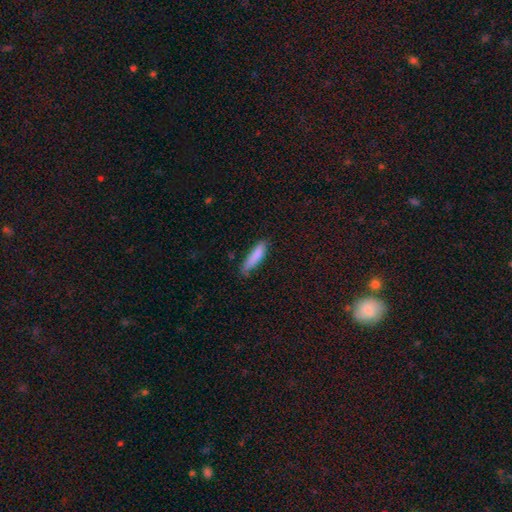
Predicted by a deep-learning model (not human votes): Smooth or featured?
  - smooth: 84% *
  - featured or disk: 9%
  - star or artifact: 7%
How rounded?
  - cigar-shaped: 75% *
  - in between: 24%
  - round: 1%
Merging?
  - none: 66% *
  - minor disturbance: 26%
  - major disturbance: 5%
  - merger: 2%